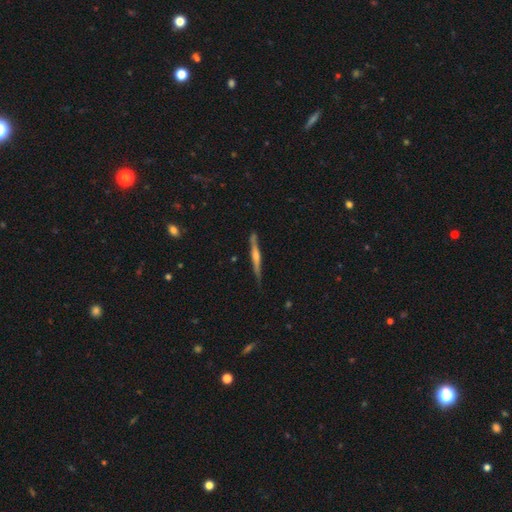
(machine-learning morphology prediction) A featured or disk galaxy (76%) viewed edge-on (98%) with a rounded central bulge (77%). Merging: none (86%).